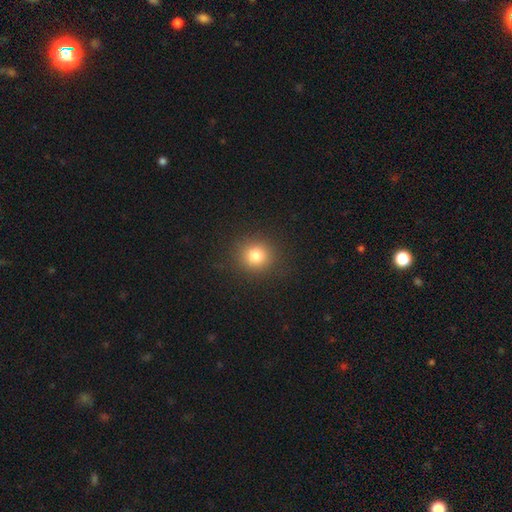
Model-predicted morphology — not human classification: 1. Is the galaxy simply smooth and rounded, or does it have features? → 81% smooth, 12% star or artifact, 7% featured or disk.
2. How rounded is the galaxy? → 89% round, 10% in between, 1% cigar-shaped.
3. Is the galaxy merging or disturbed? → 89% none, 7% minor disturbance, 3% major disturbance, 1% merger.